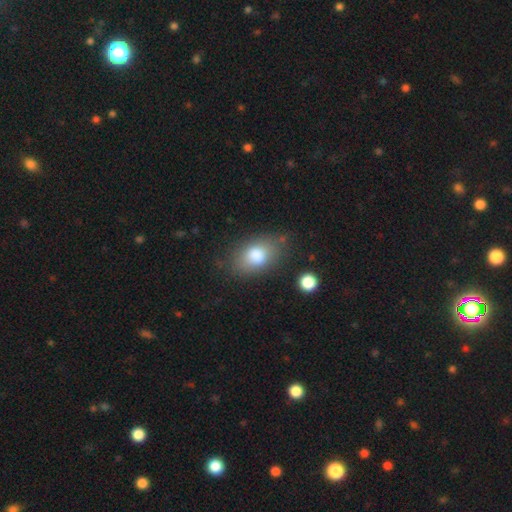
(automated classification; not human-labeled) Q: Smooth or featured?
A: smooth (81%); runner-up: featured or disk (11%)
Q: How rounded?
A: in between (84%); runner-up: round (14%)
Q: Merging?
A: none (70%); runner-up: minor disturbance (19%)